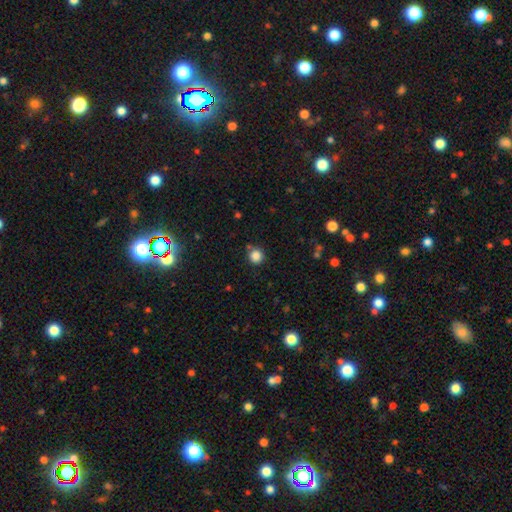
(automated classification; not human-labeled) Smooth or featured? Predicted: smooth (p=0.85). How rounded? Predicted: round (p=0.93). Merging? Predicted: none (p=0.82).